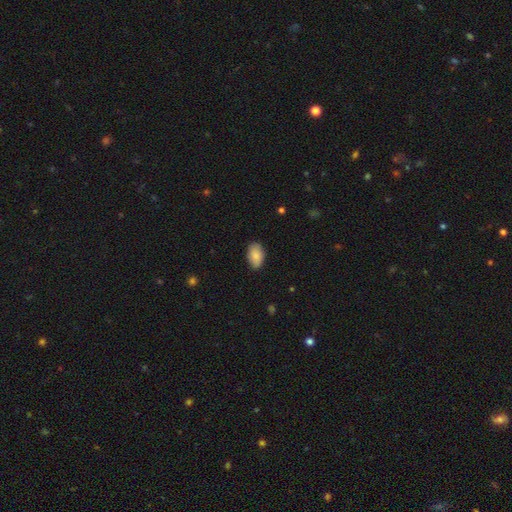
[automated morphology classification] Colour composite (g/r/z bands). It shows a smooth galaxy with no disk features (86%) that is in between round and cigar-shaped (93%). Merging: none (83%).